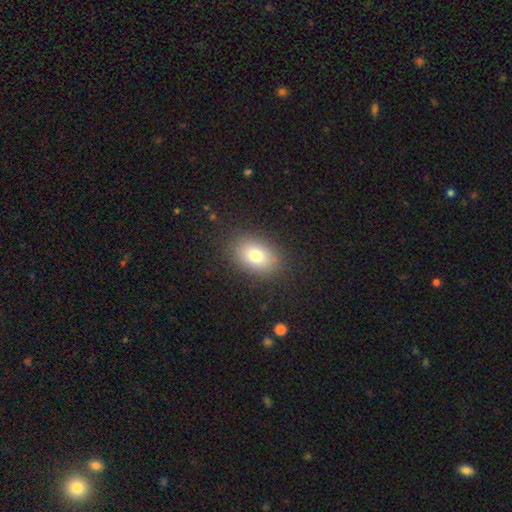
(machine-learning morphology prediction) This appears to be a smooth galaxy with no disk features (79%) that is in between round and cigar-shaped (80%). Merging: none (86%).